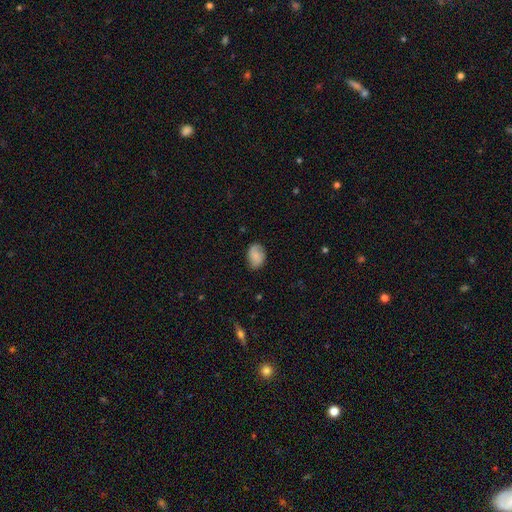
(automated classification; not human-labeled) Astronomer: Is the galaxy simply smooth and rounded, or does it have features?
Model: smooth — 79%.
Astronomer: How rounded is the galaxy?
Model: in between — 81%.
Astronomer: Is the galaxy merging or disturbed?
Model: none — 75%.